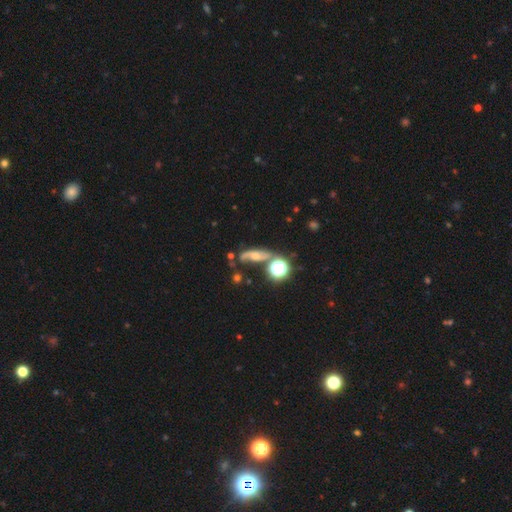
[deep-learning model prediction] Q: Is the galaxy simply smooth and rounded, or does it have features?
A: featured or disk — 54%.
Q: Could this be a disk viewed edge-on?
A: no — 80%.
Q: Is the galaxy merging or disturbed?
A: none — 57%.